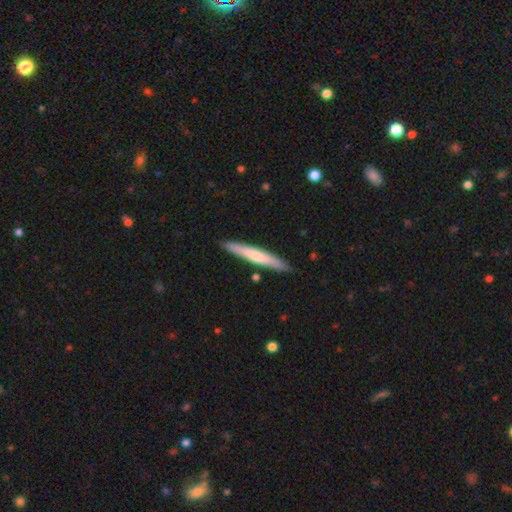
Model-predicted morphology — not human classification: smooth 58%, featured or disk 37%, star or artifact 5%. Down the decision tree: how rounded — cigar-shaped (95%); merging — none (89%).